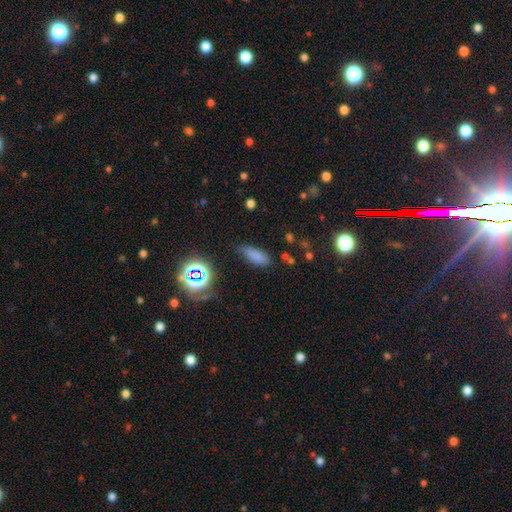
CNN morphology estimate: Smooth or featured? Predicted: smooth (p=0.75). How rounded? Predicted: in between (p=0.72). Merging? Predicted: none (p=0.66).